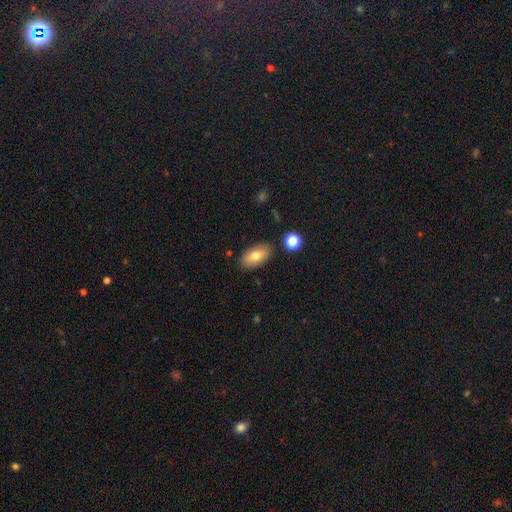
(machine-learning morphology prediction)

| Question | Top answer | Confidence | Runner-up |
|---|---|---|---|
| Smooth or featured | smooth | 74% | featured or disk (18%) |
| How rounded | in between | 91% | round (5%) |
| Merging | none | 85% | minor disturbance (10%) |